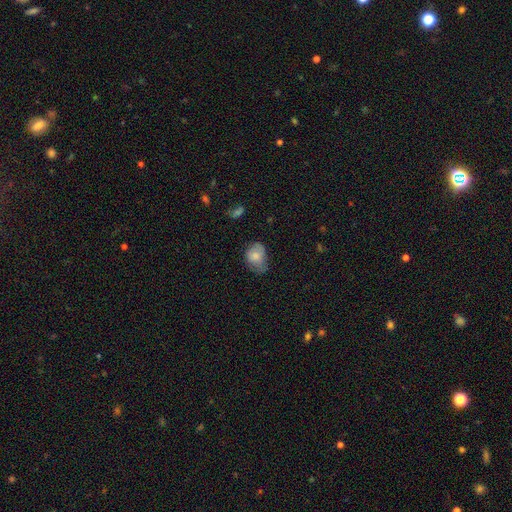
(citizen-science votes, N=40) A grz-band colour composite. It shows a smooth galaxy with no disk features (72%) that is in between round and cigar-shaped (76%). Merging: minor disturbance (54%).